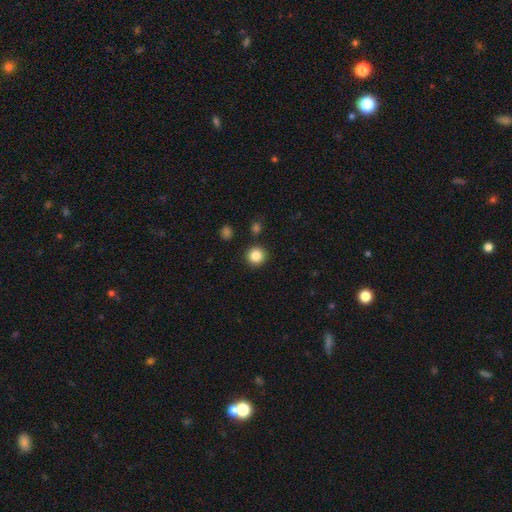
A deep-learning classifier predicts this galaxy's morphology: type=smooth (85%); roundness=round (95%); merging=none (90%).